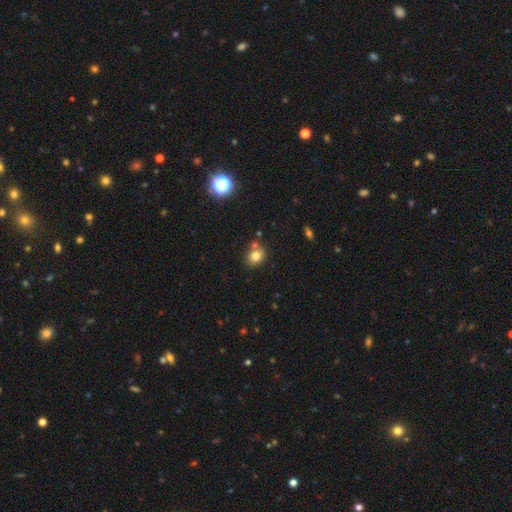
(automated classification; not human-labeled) This is likely a smooth galaxy (79%). How rounded: possibly round (53%). Merging: likely none (65%).